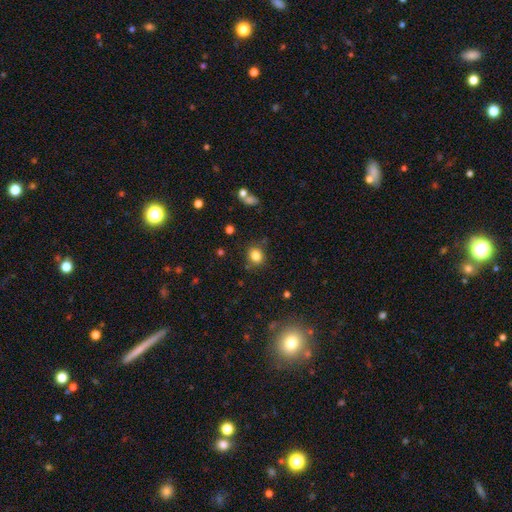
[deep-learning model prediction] The model was most divided on "how rounded": round: 64%, in between: 35%, cigar-shaped: 1%. More confident: smooth or featured — smooth (83%); merging — none (82%).